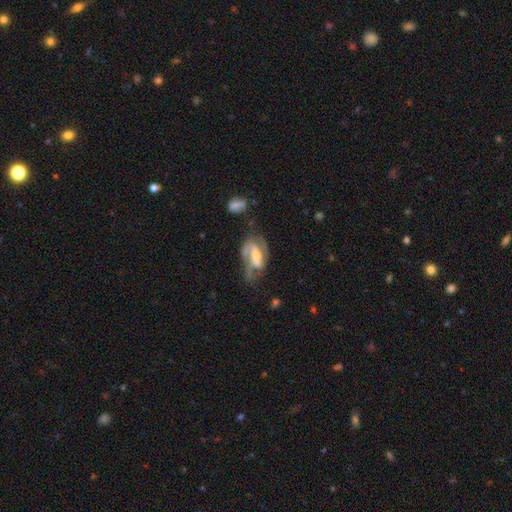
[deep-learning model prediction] Smooth or featured: featured or disk — 78% (smooth — 15%)
Edge-on disk: no — 95% (yes — 5%)
Bar: weak — 42% (strong — 33%)
Spiral arms: yes — 88% (no — 12%)
Spiral winding: medium — 48% (loose — 26%)
Spiral arm count: 2 — 70% (can't tell — 13%)
Bulge size: moderate — 53% (small — 33%)
Merging: none — 41% (major disturbance — 26%)